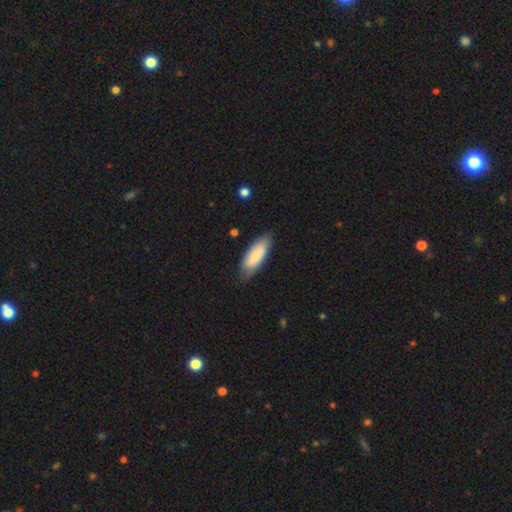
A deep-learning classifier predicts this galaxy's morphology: smooth_or_featured: smooth (p=0.73) [alt: featured or disk p=0.22]
how_rounded: in between (p=0.70) [alt: cigar-shaped p=0.28]
merging: none (p=0.76) [alt: minor disturbance p=0.19]